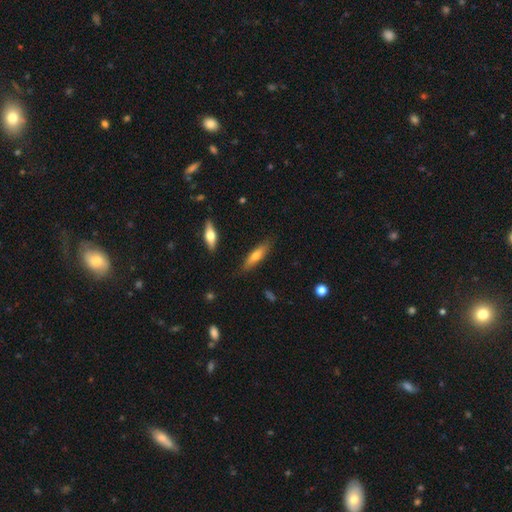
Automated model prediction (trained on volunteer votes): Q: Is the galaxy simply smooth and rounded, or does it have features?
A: smooth — 59%.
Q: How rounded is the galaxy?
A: cigar-shaped — 67%.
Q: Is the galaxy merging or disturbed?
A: none — 83%.